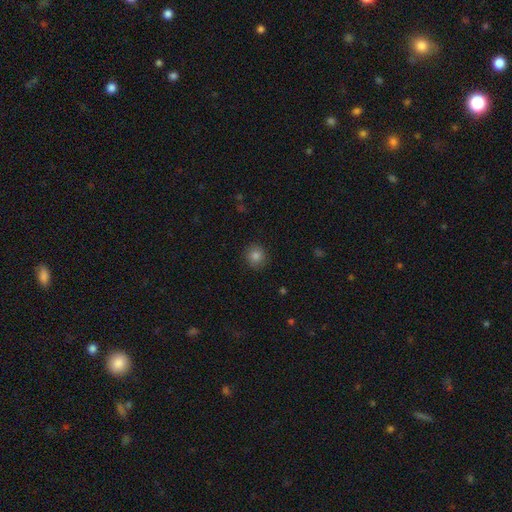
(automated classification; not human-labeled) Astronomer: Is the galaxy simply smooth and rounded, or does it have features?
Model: smooth — 84%.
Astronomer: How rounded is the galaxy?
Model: round — 89%.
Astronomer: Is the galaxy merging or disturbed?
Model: none — 89%.